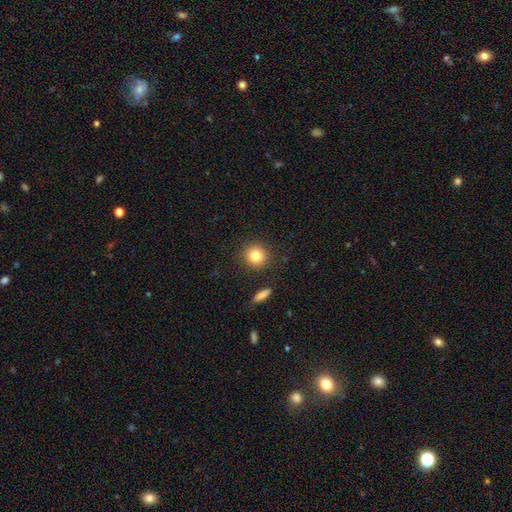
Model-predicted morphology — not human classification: type=smooth (81%); roundness=round (92%); merging=none (89%).